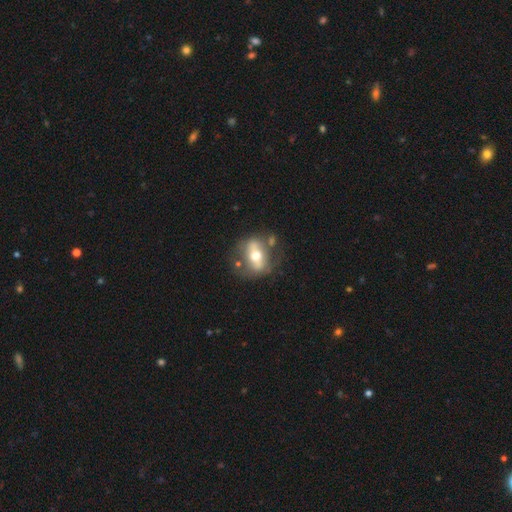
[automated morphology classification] Smooth or featured: featured or disk — 59% (smooth — 34%)
Edge-on disk: no — 79% (yes — 21%)
Merging: none — 60% (minor disturbance — 19%)